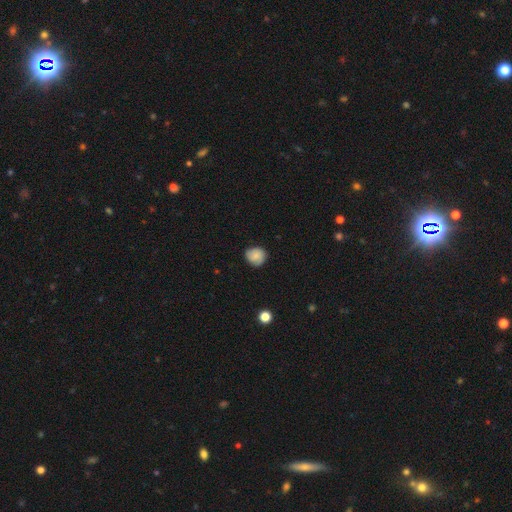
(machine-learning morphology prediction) A smooth galaxy with no disk features (76%) that is round (84%). Merging: none (79%).